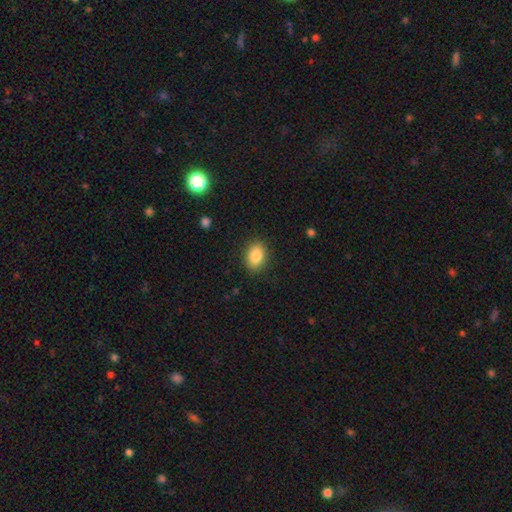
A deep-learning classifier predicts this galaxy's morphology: Smooth or featured?
  - smooth: 85% *
  - star or artifact: 8%
  - featured or disk: 7%
How rounded?
  - in between: 78% *
  - round: 21%
  - cigar-shaped: 1%
Merging?
  - none: 88% *
  - minor disturbance: 9%
  - major disturbance: 2%
  - merger: 1%